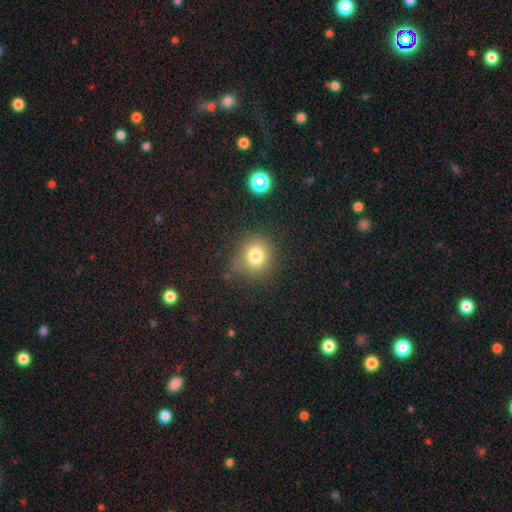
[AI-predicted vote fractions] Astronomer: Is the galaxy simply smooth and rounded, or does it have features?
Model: smooth — 78%.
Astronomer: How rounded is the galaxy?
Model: round — 82%.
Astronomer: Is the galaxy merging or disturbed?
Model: none — 74%.